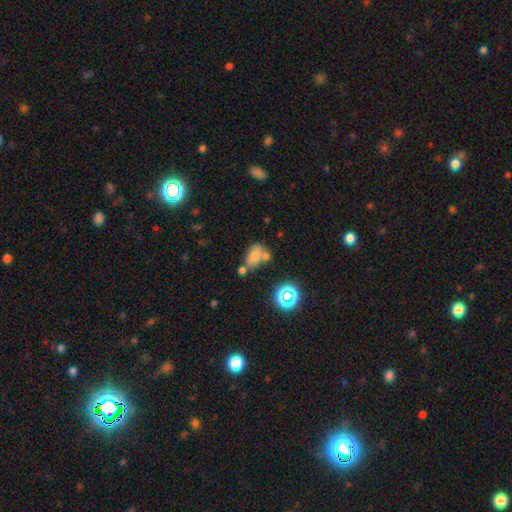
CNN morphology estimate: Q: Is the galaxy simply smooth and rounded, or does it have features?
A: smooth — 68%.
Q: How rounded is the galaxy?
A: in between — 79%.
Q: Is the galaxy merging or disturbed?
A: merger — 39%.